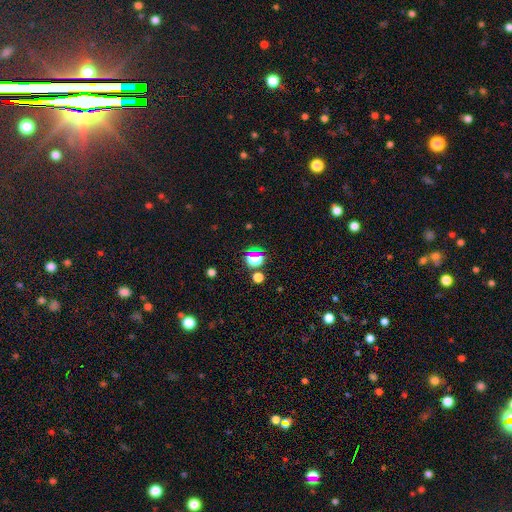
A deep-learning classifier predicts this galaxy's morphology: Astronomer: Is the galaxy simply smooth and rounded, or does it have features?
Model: star or artifact — 54% (runner-up: smooth, 37%).